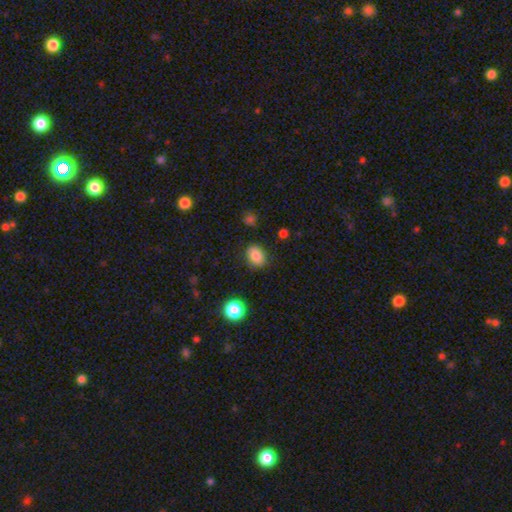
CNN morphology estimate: smooth-or-featured: smooth: 83% | star or artifact: 10% | featured or disk: 7%
  how-rounded: in between: 63% | round: 35% | cigar-shaped: 1%
  merging: none: 83% | minor disturbance: 12% | major disturbance: 3% | merger: 2%